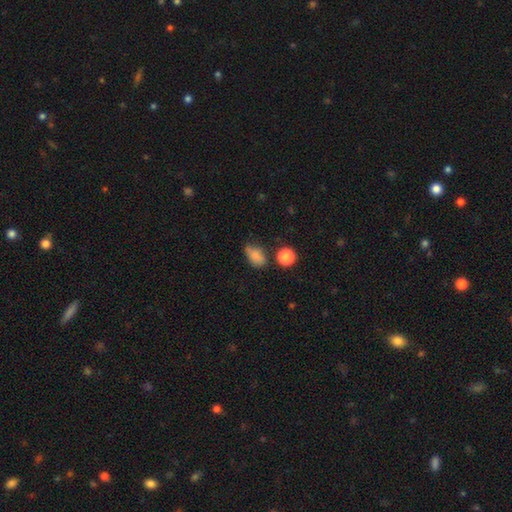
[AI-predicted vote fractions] Q: Smooth or featured?
A: smooth (81%); runner-up: star or artifact (11%)
Q: How rounded?
A: in between (80%); runner-up: round (17%)
Q: Merging?
A: none (54%); runner-up: minor disturbance (30%)